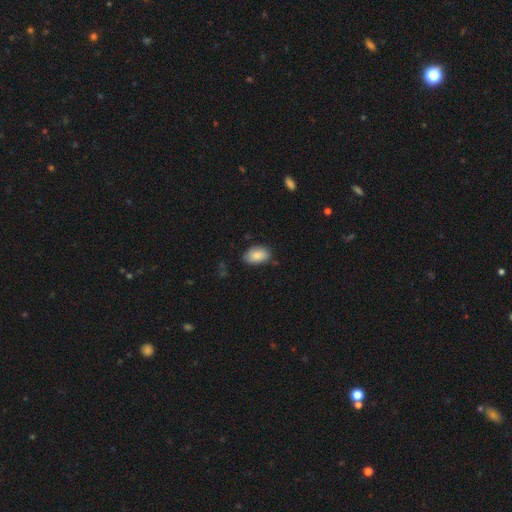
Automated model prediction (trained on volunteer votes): Smooth or featured? Predicted: smooth (p=0.85). How rounded? Predicted: in between (p=0.91). Merging? Predicted: none (p=0.73).